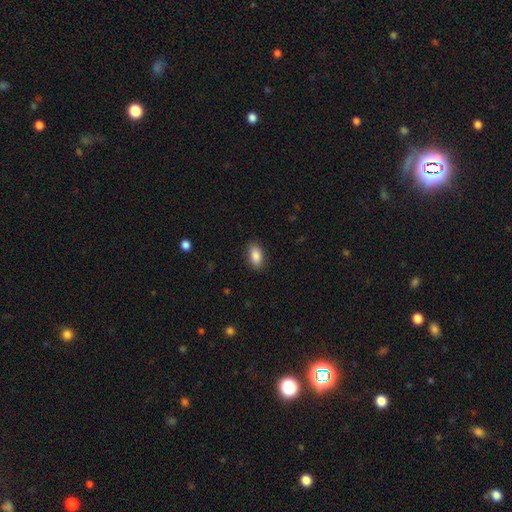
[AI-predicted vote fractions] Morphology: type=smooth (87%); roundness=in between (91%); merging=none (88%).